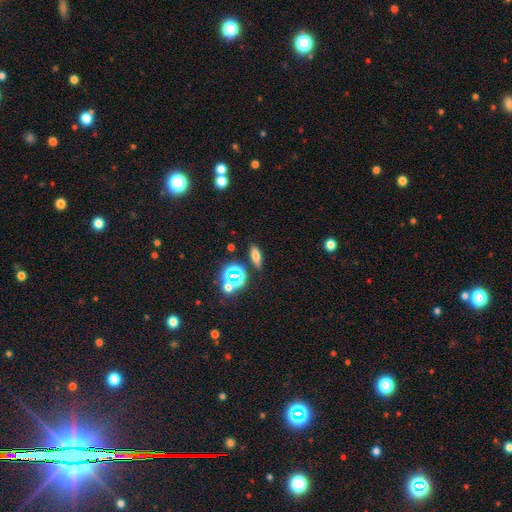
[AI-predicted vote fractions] Smooth or featured: smooth — 60% (star or artifact — 23%)
How rounded: in between — 52% (cigar-shaped — 37%)
Merging: none — 83% (minor disturbance — 10%)